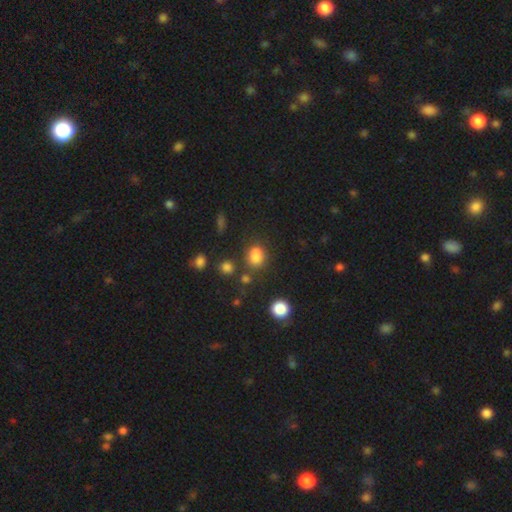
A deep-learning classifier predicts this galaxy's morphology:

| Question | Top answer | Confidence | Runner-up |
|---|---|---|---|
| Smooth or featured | smooth | 73% | star or artifact (17%) |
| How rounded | round | 68% | in between (31%) |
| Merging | none | 48% | merger (33%) |